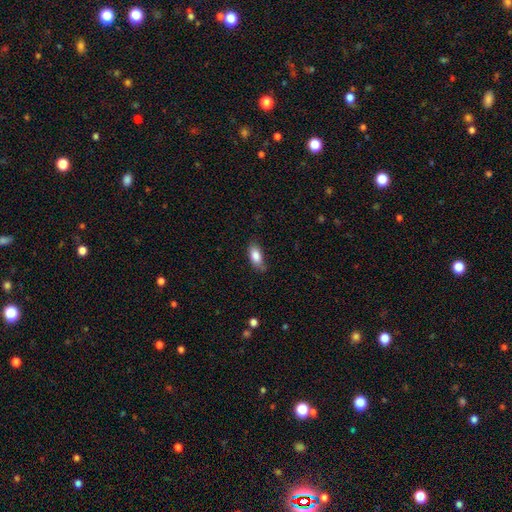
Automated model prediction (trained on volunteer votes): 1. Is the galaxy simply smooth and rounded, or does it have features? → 83% smooth, 10% featured or disk, 7% star or artifact.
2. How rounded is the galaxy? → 88% in between, 9% cigar-shaped, 3% round.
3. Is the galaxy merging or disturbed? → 66% none, 27% minor disturbance, 6% major disturbance, 2% merger.